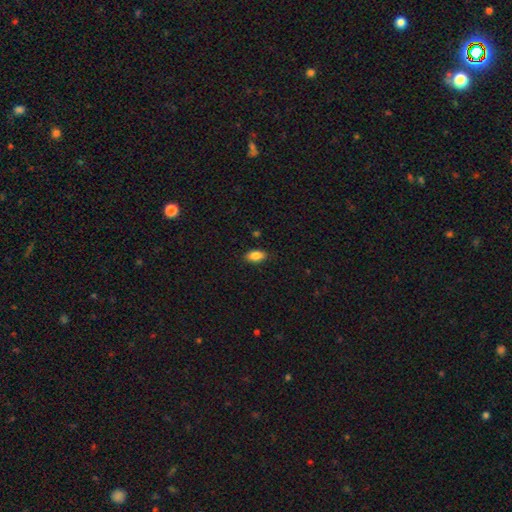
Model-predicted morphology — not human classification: Q: Smooth or featured?
A: smooth (86%); runner-up: star or artifact (8%)
Q: How rounded?
A: in between (91%); runner-up: round (5%)
Q: Merging?
A: none (87%); runner-up: minor disturbance (10%)